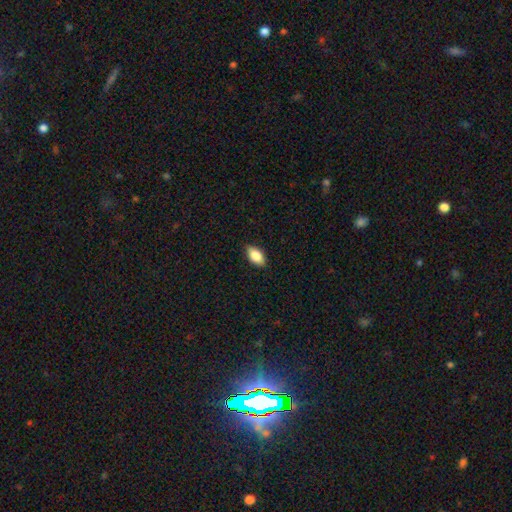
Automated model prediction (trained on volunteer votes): A smooth galaxy with no disk features (82%) that is in between round and cigar-shaped (90%). Merging: none (87%).